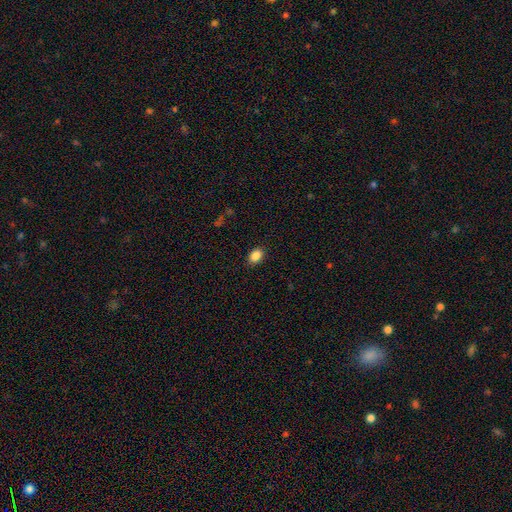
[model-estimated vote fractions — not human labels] Smooth or featured? Predicted: smooth (p=0.87). How rounded? Predicted: in between (p=0.81). Merging? Predicted: none (p=0.89).